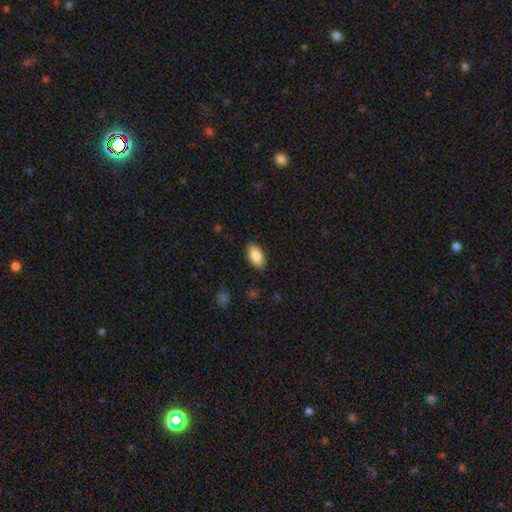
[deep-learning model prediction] Smooth or featured? smooth (86%)
How rounded? in between (94%)
Merging? none (87%)